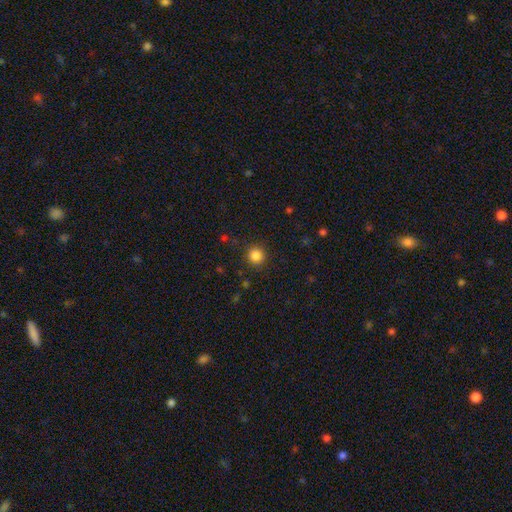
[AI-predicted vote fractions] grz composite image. It shows a smooth galaxy with no disk features (84%) that is round (94%). Merging: none (90%).